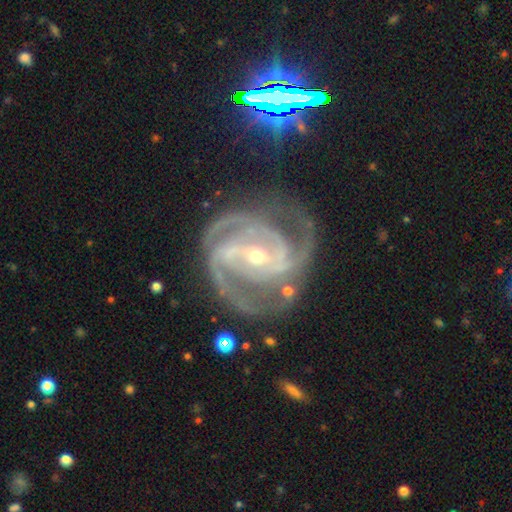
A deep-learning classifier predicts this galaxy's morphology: Overall: featured or disk (92%). Edge-on disk: no (98%). Bar: strong (47%; weak 33%). Spiral arms: yes (99%). Spiral arm count: 3 (45%; 2 24%). Spiral winding: tight (55%; medium 41%). Bulge size: small (65%; moderate 32%). Merging: none (70%).